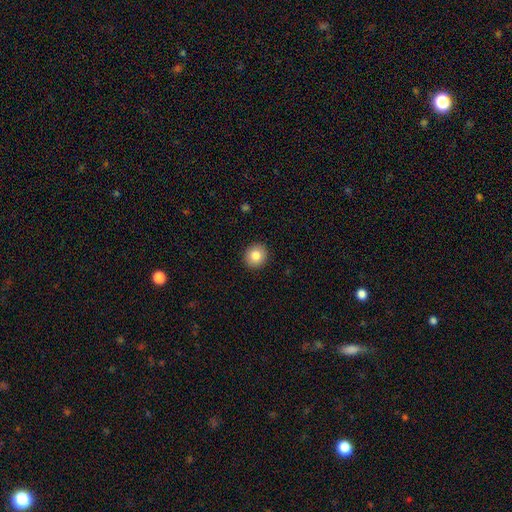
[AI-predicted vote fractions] Q: Smooth or featured?
A: smooth (83%); runner-up: star or artifact (9%)
Q: How rounded?
A: round (86%); runner-up: in between (13%)
Q: Merging?
A: none (92%); runner-up: minor disturbance (5%)